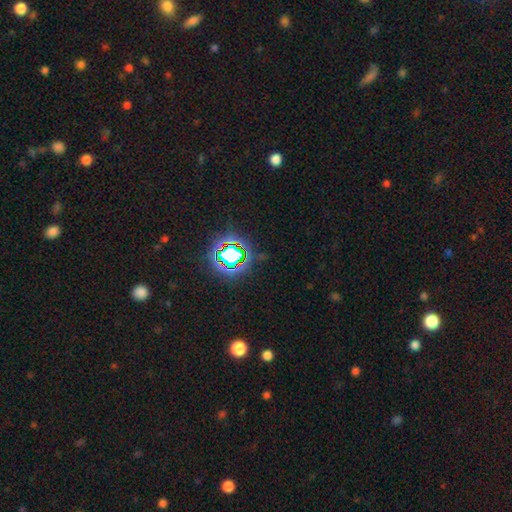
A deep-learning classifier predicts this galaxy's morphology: type=star or artifact (80%).